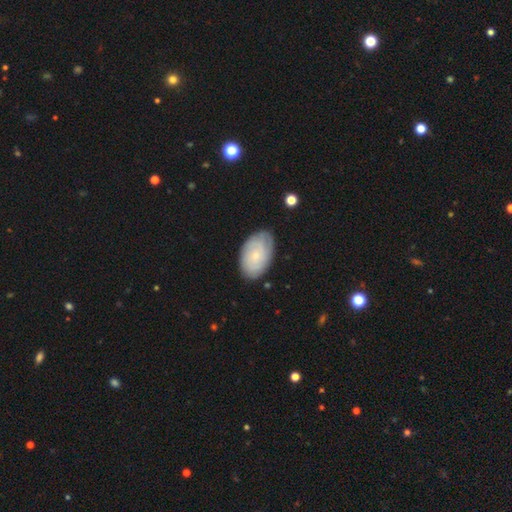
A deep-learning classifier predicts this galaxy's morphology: featured or disk 47% (tied), smooth 47% (tied), star or artifact 6%. Down the decision tree: merging — none (75%).